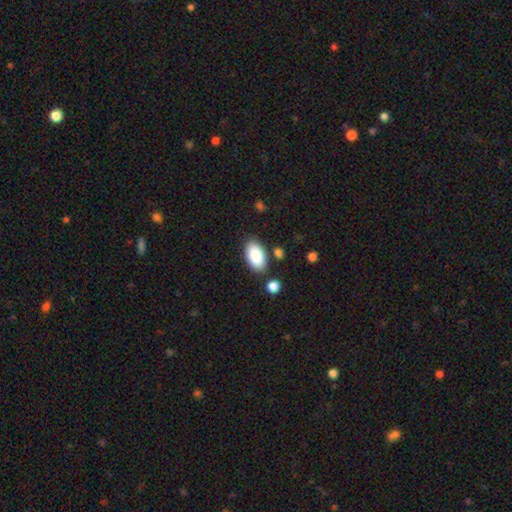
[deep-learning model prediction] smooth_or_featured: smooth (p=0.89) [alt: star or artifact p=0.06]
how_rounded: in between (p=0.95) [alt: round p=0.03]
merging: none (p=0.82) [alt: minor disturbance p=0.10]